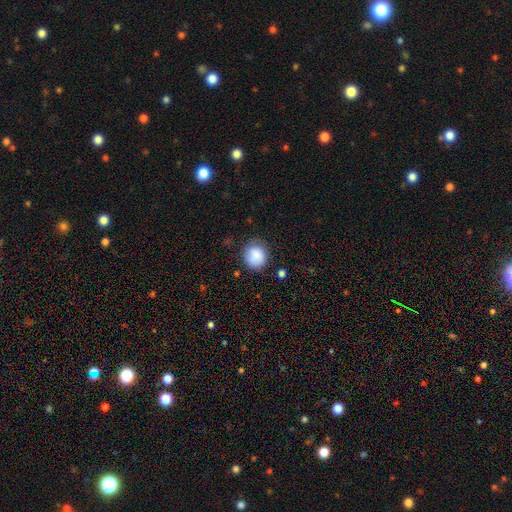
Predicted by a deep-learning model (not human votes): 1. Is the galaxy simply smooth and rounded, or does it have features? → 87% smooth, 8% star or artifact, 4% featured or disk.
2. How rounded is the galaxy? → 82% round, 17% in between, 1% cigar-shaped.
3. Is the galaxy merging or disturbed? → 78% none, 16% minor disturbance, 4% major disturbance, 2% merger.